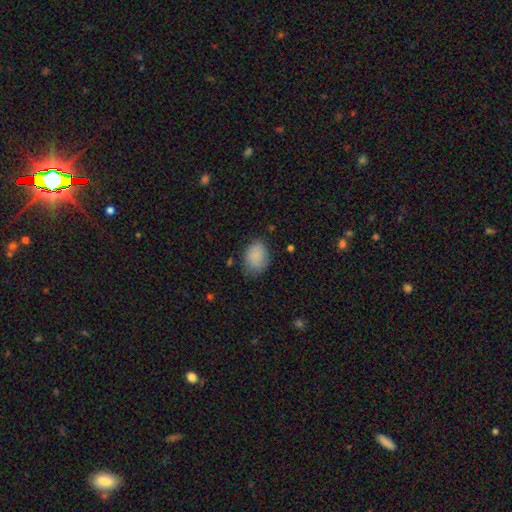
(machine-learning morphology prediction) A smooth galaxy with no disk features (84%) that is in between round and cigar-shaped (65%). Merging: none (67%).